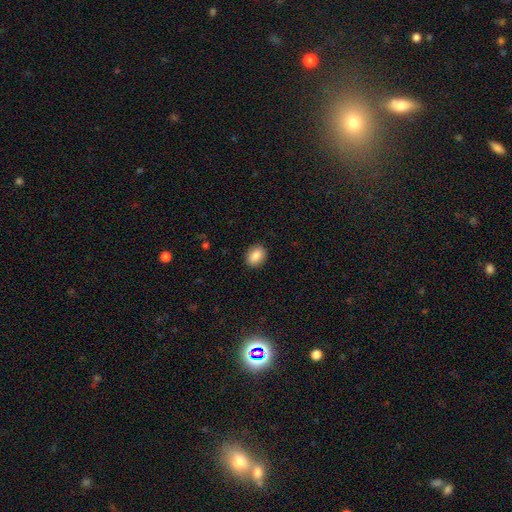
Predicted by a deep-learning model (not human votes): A smooth galaxy with no disk features (86%) that is in between round and cigar-shaped (63%).

Vote fractions:
- Smooth or featured? smooth: 86% / star or artifact: 8% / featured or disk: 6%
- How rounded? in between: 63% / round: 36% / cigar-shaped: 1%
- Merging? none: 90% / minor disturbance: 7% / major disturbance: 2% / merger: 1%